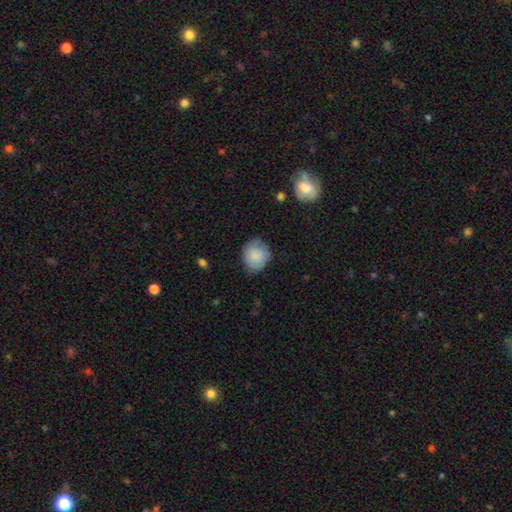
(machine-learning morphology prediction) smooth 83%, featured or disk 10%, star or artifact 7%. Down the decision tree: how rounded — round (77%); merging — none (75%).